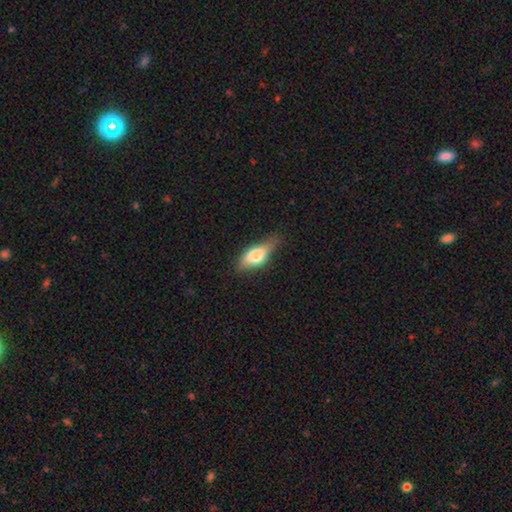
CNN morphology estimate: Smooth or featured? Predicted: smooth (p=0.67). How rounded? Predicted: in between (p=0.79). Merging? Predicted: none (p=0.51).